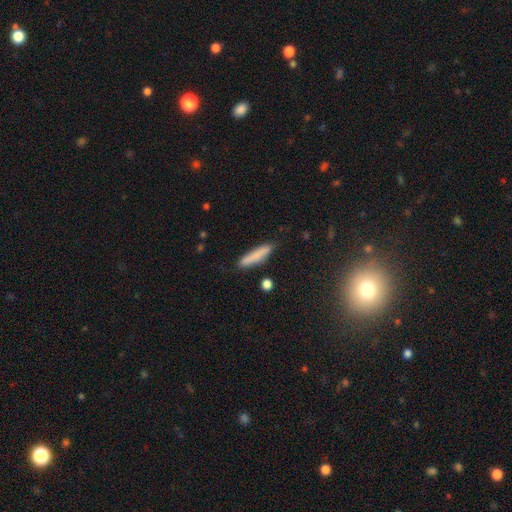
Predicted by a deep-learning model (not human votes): smooth-or-featured: smooth: 81% | featured or disk: 12% | star or artifact: 7%
  how-rounded: cigar-shaped: 86% | in between: 13% | round: 2%
  merging: none: 85% | minor disturbance: 11% | merger: 2% | major disturbance: 2%